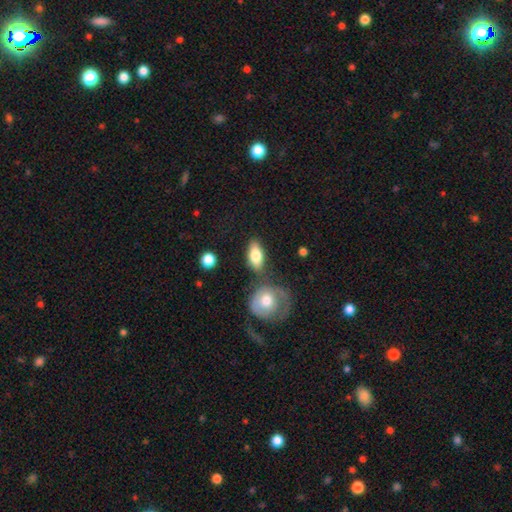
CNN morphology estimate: Smooth or featured: smooth — 76% (featured or disk — 18%)
How rounded: in between — 85% (cigar-shaped — 8%)
Merging: none — 64% (merger — 16%)